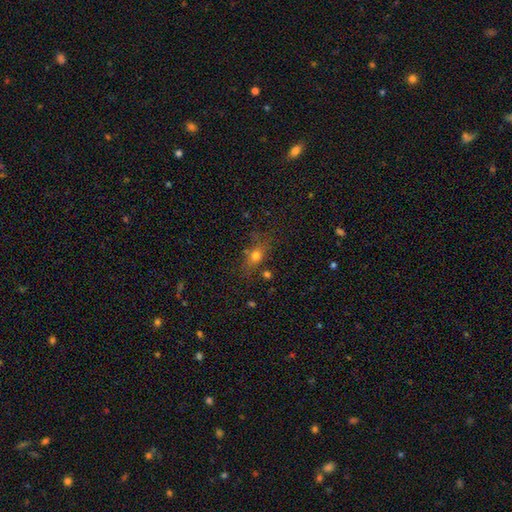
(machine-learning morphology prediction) Smooth or featured? Predicted: smooth (p=0.64). How rounded? Predicted: in between (p=0.57). Merging? Predicted: none (p=0.69).